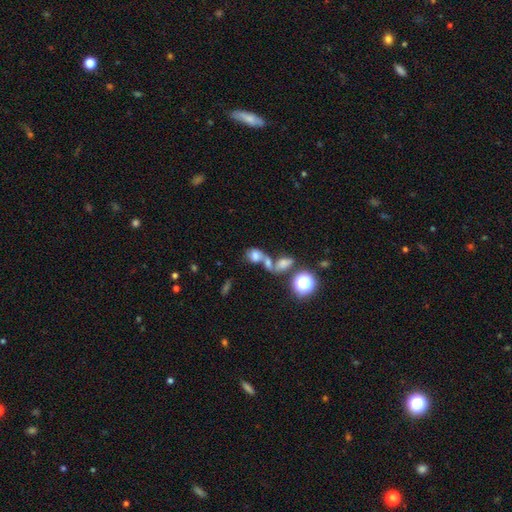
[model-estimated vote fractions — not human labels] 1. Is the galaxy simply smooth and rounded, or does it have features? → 63% smooth, 20% featured or disk, 17% star or artifact.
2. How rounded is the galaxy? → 68% in between, 29% round, 3% cigar-shaped.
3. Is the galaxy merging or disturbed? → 63% merger, 20% none, 9% major disturbance, 8% minor disturbance.